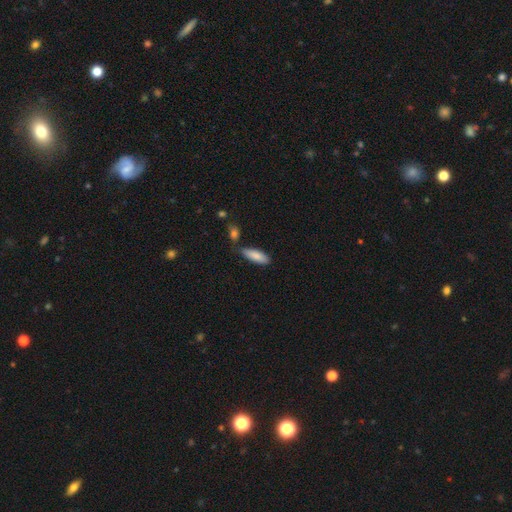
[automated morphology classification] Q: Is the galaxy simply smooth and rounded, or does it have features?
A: smooth — 86%.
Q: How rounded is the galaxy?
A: in between — 58%.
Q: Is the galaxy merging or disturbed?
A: none — 72%.